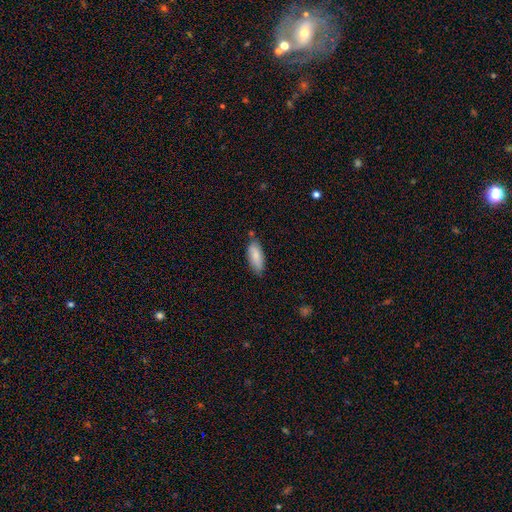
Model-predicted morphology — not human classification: Smooth or featured? smooth (84%)
How rounded? in between (76%)
Merging? none (73%)